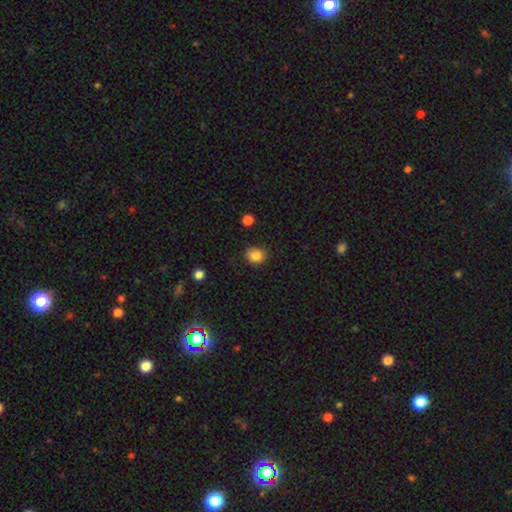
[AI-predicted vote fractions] The model was most divided on "how rounded": round: 72%, in between: 27%, cigar-shaped: 1%. More confident: smooth or featured — smooth (84%); merging — none (78%).